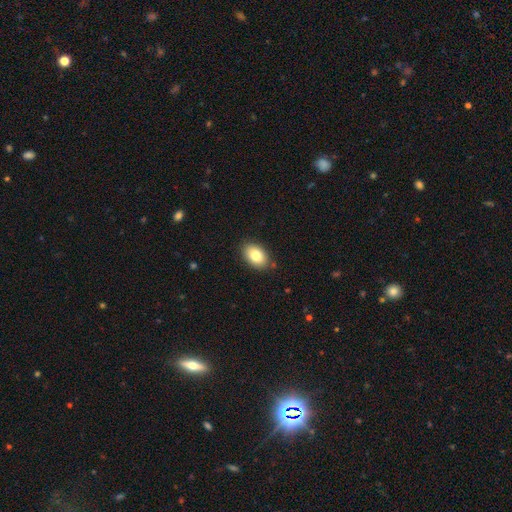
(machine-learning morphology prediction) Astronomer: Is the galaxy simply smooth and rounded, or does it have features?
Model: smooth — 81%.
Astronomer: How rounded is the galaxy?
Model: in between — 85%.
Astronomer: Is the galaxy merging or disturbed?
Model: none — 86%.